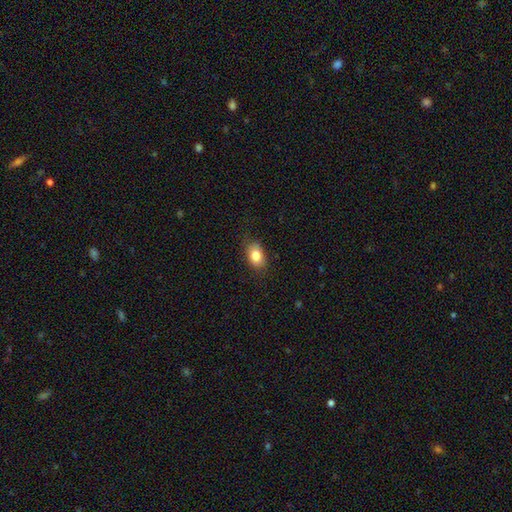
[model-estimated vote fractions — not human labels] A smooth galaxy with no disk features (84%) that is in between round and cigar-shaped (82%).

Vote fractions:
- Smooth or featured? smooth: 84% / star or artifact: 8% / featured or disk: 8%
- How rounded? in between: 82% / round: 17% / cigar-shaped: 1%
- Merging? none: 79% / minor disturbance: 16% / major disturbance: 4% / merger: 1%